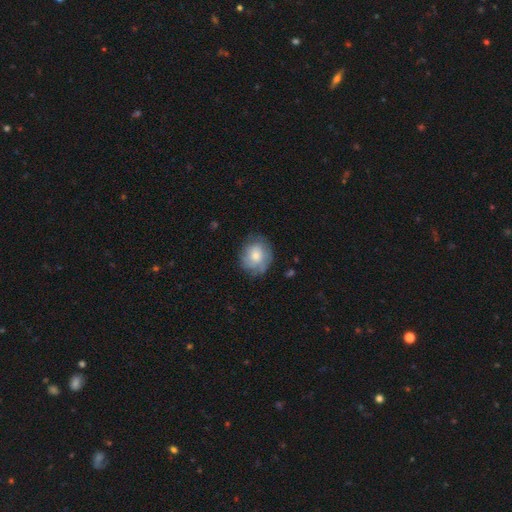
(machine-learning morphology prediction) Smooth or featured: smooth — 63% (featured or disk — 29%)
How rounded: round — 74% (in between — 25%)
Merging: none — 70% (minor disturbance — 22%)